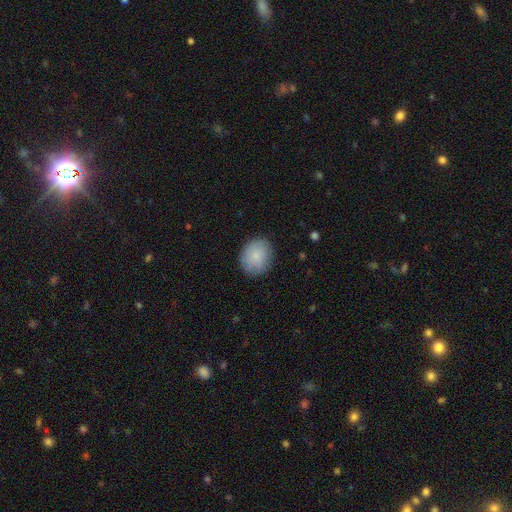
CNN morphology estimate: smooth-or-featured: smooth: 84% | featured or disk: 9% | star or artifact: 7%
  how-rounded: round: 61% | in between: 38% | cigar-shaped: 1%
  merging: none: 83% | minor disturbance: 13% | major disturbance: 3% | merger: 1%